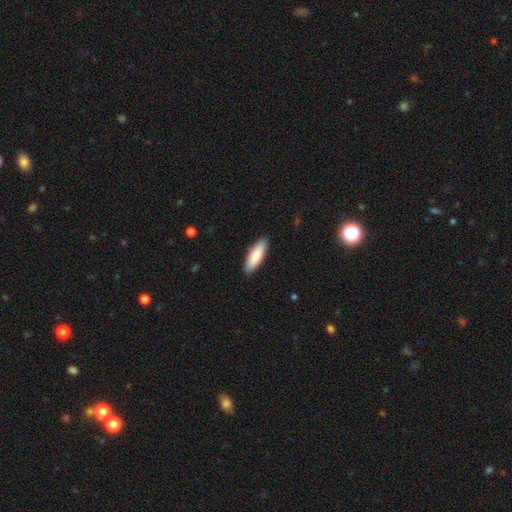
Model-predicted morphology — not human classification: Smooth or featured? smooth (86%)
How rounded? in between (51%)
Merging? none (90%)